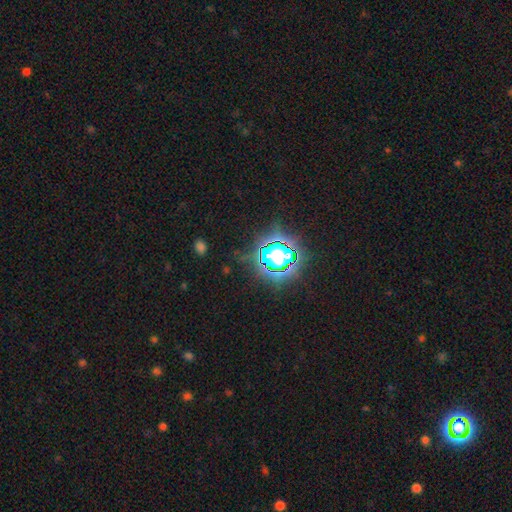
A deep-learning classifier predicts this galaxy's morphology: Smooth or featured? star or artifact (74%)